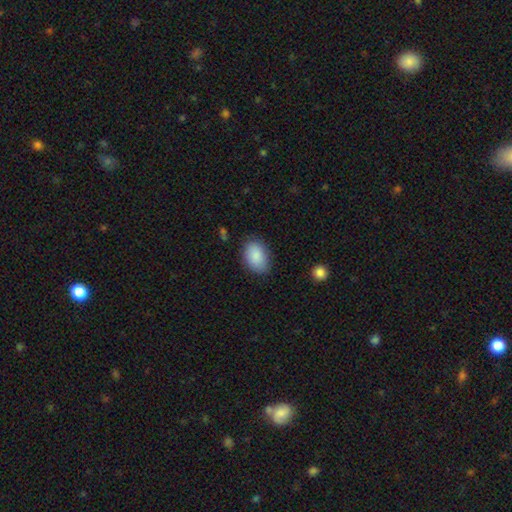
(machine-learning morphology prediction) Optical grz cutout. It shows a smooth galaxy with no disk features (88%) that is in between round and cigar-shaped (86%). Merging: none (82%).